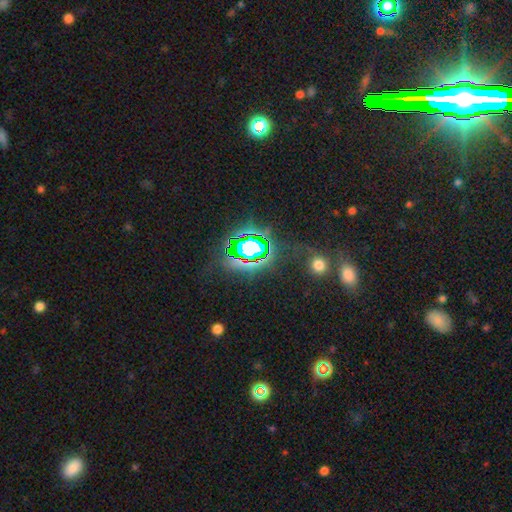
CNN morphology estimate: Overall: star or artifact (67%).